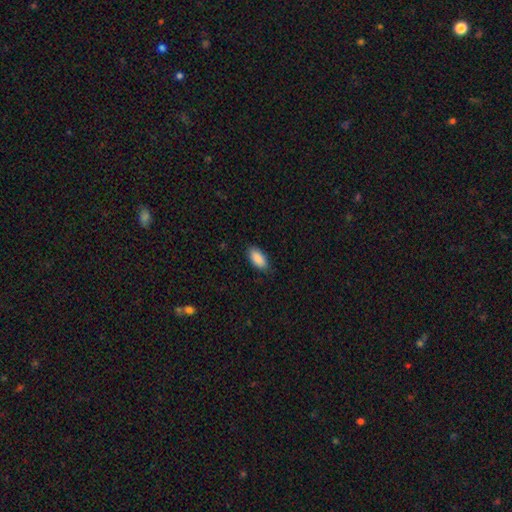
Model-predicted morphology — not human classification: smooth 90%, star or artifact 6%, featured or disk 4%. Down the decision tree: how rounded — in between (91%); merging — none (84%).